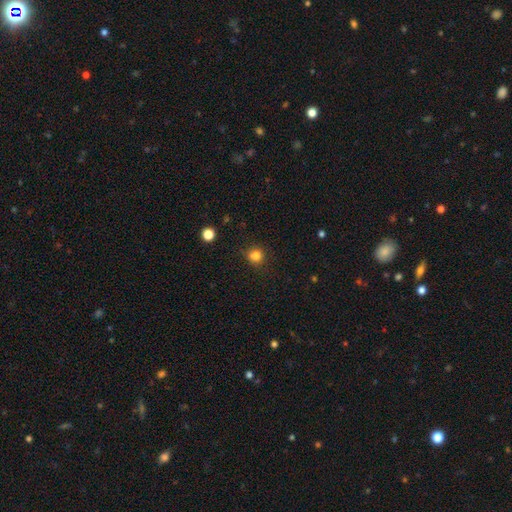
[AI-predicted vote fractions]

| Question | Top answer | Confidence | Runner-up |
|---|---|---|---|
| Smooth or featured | smooth | 83% | star or artifact (13%) |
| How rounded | round | 86% | in between (13%) |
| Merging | none | 83% | minor disturbance (11%) |